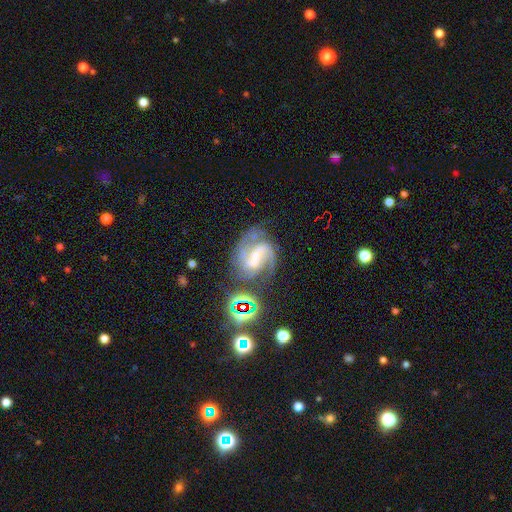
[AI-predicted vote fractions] A featured or disk galaxy (84%) with a weak bar (45%), 2 (71%) medium (54%) spiral arms (96%) and a small central bulge (55%). Merging: none (59%).